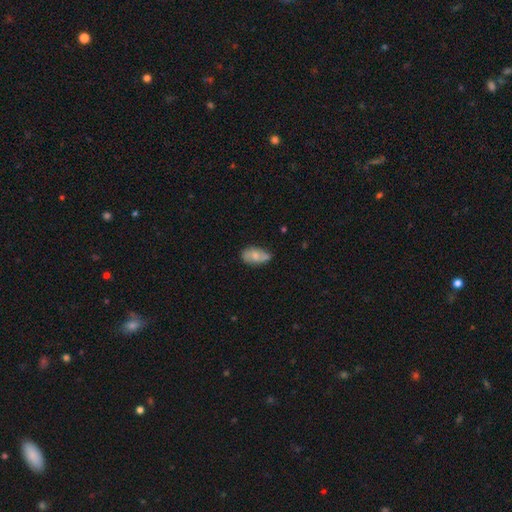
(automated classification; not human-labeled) Smooth or featured: smooth — 60% (featured or disk — 33%)
How rounded: in between — 92% (round — 5%)
Merging: none — 60% (minor disturbance — 30%)